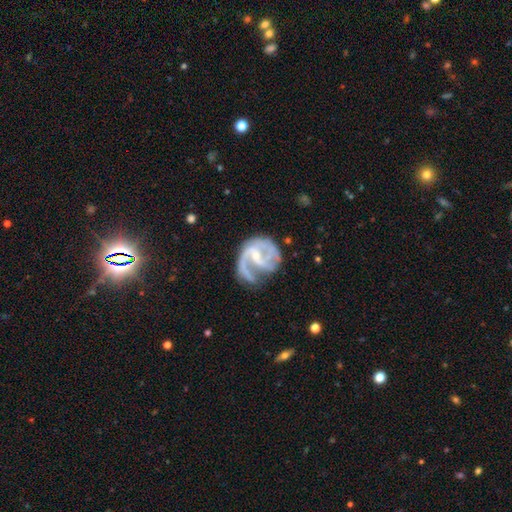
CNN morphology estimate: This is clearly a featured or disk galaxy (89%). It is clearly not viewed edge-on (98%). Bar: possibly weak (46%). Spiral arm pattern: clearly yes (96%). Spiral arm count: possibly 2 (54%). Spiral winding: possibly medium (52%). Central bulge: likely small (73%). Merging: possibly none (49%).